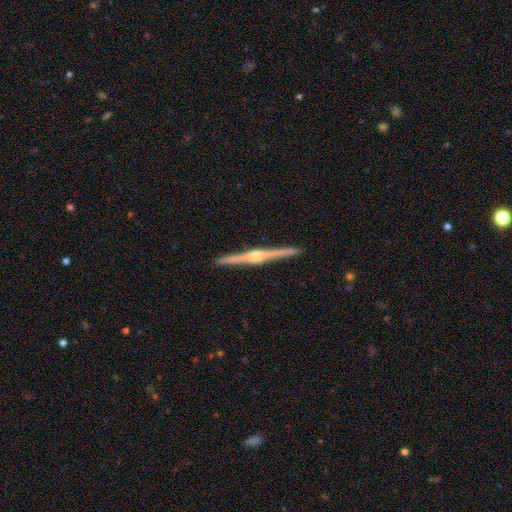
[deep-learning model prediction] A featured or disk galaxy (87%) viewed edge-on (99%) with a rounded central bulge (88%).

Vote fractions:
- Smooth or featured? featured or disk: 87% / smooth: 8% / star or artifact: 4%
- Edge-on disk? yes: 99% / no: 1%
- Edge-on bulge? rounded: 88% / boxy: 7% / none: 5%
- Merging? none: 93% / minor disturbance: 5% / major disturbance: 1% / merger: 1%